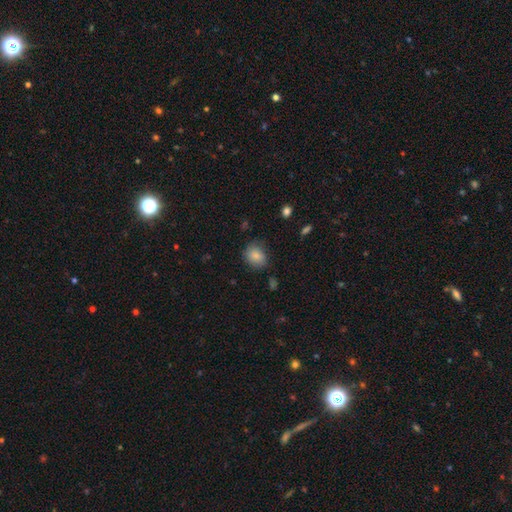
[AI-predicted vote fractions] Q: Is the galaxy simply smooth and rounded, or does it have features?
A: smooth — 84%.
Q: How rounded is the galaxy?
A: round — 53%.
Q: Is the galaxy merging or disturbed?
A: none — 72%.